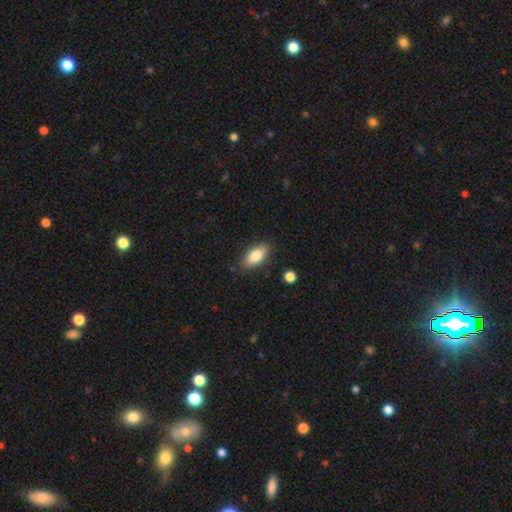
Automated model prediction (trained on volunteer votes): Smooth or featured? smooth (82%)
How rounded? in between (88%)
Merging? none (84%)